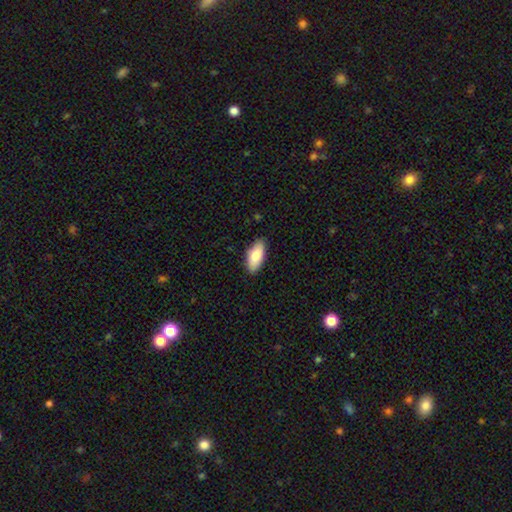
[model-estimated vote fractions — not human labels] smooth 83%, featured or disk 12%, star or artifact 6%. Down the decision tree: how rounded — in between (89%); merging — none (87%).